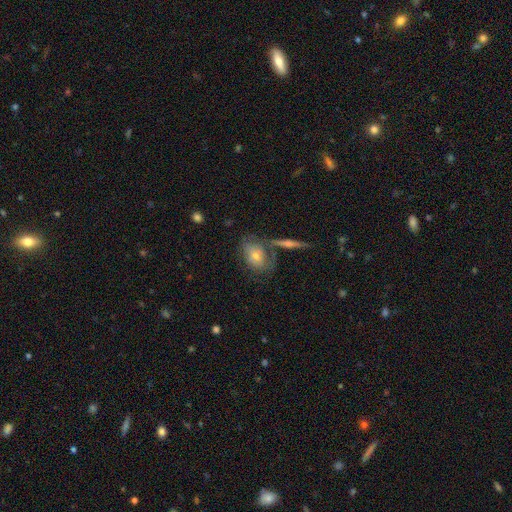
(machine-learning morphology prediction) A smooth galaxy with no disk features (50%).

Vote fractions:
- Smooth or featured? smooth: 50% / featured or disk: 41% / star or artifact: 9%
- Merging? none: 54% / merger: 20% / minor disturbance: 18% / major disturbance: 8%